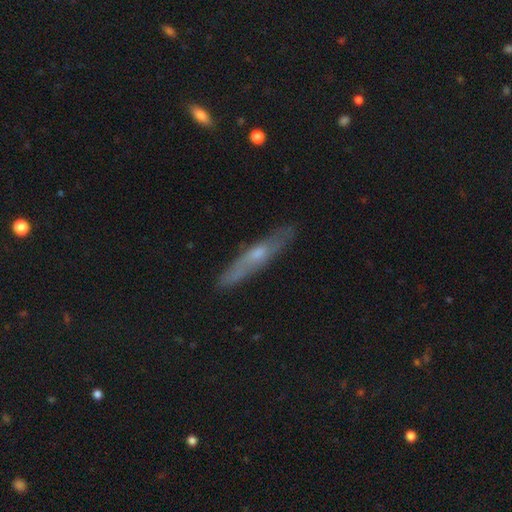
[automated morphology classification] Smooth or featured? featured or disk (56%)
Edge-on disk? yes (80%)
Merging? none (85%)